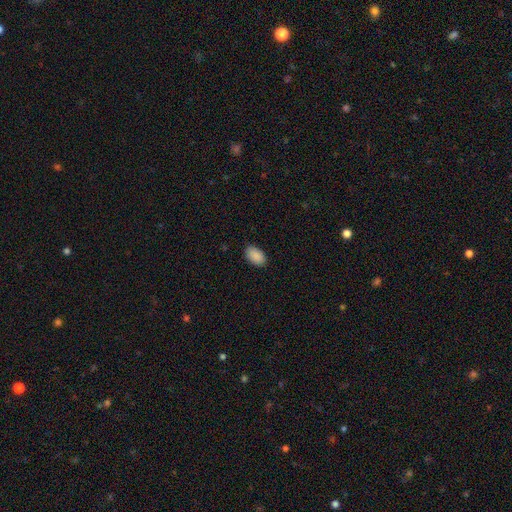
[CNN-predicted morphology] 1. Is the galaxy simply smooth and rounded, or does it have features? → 90% smooth, 7% star or artifact, 3% featured or disk.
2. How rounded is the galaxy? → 92% in between, 7% round, 1% cigar-shaped.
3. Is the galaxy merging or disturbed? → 87% none, 10% minor disturbance, 2% major disturbance, 1% merger.